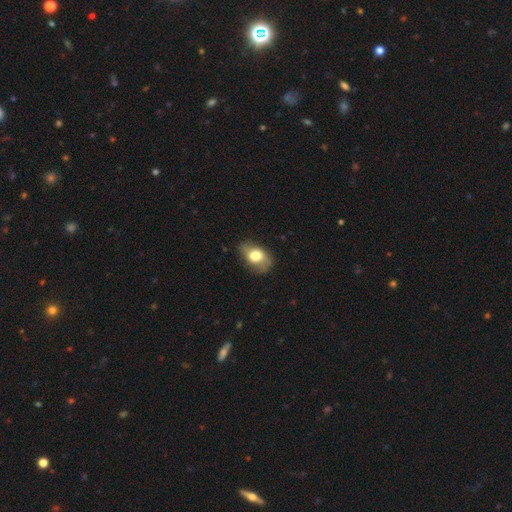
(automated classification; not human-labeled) smooth-or-featured: smooth: 66% | featured or disk: 27% | star or artifact: 7%
  how-rounded: in between: 83% | round: 15% | cigar-shaped: 2%
  merging: none: 66% | minor disturbance: 25% | major disturbance: 8% | merger: 2%